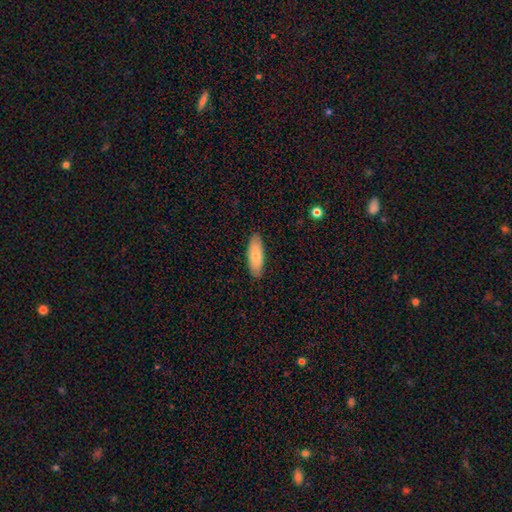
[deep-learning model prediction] The model was most divided on "how rounded": in between: 63%, cigar-shaped: 35%, round: 2%. More confident: merging — none (88%); smooth or featured — smooth (81%).